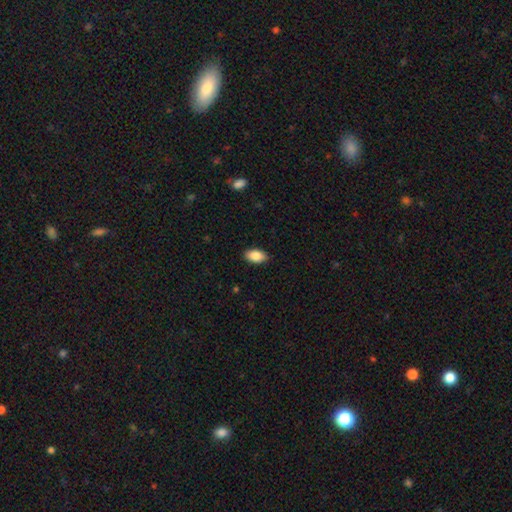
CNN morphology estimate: The model was most divided on "smooth or featured": smooth: 86%, featured or disk: 7%, star or artifact: 7%. More confident: how rounded — in between (93%); merging — none (88%).